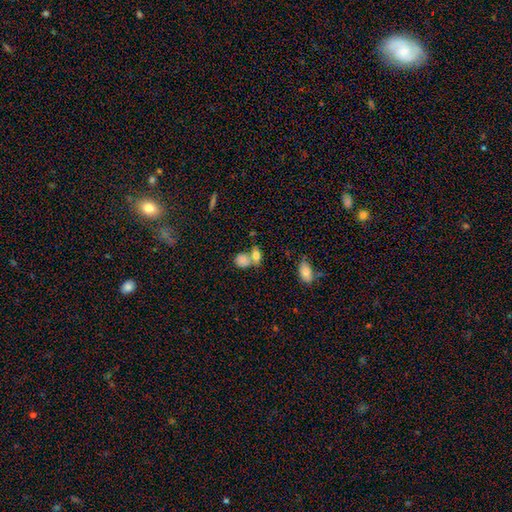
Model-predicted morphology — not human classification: type=smooth (78%); roundness=in between (65%); merging=merger (48%).